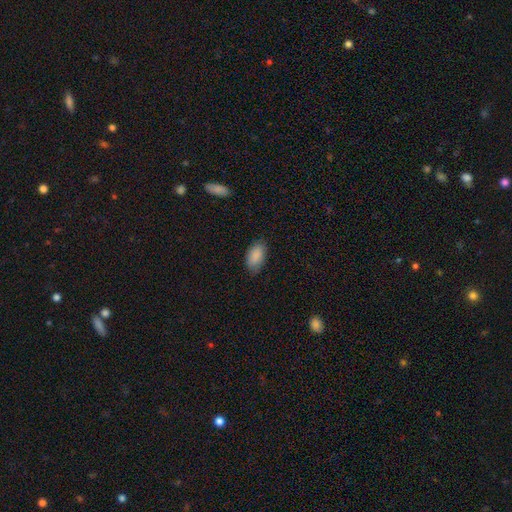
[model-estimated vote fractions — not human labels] Q: Smooth or featured?
A: smooth (88%); runner-up: star or artifact (7%)
Q: How rounded?
A: in between (93%); runner-up: cigar-shaped (3%)
Q: Merging?
A: none (79%); runner-up: minor disturbance (17%)